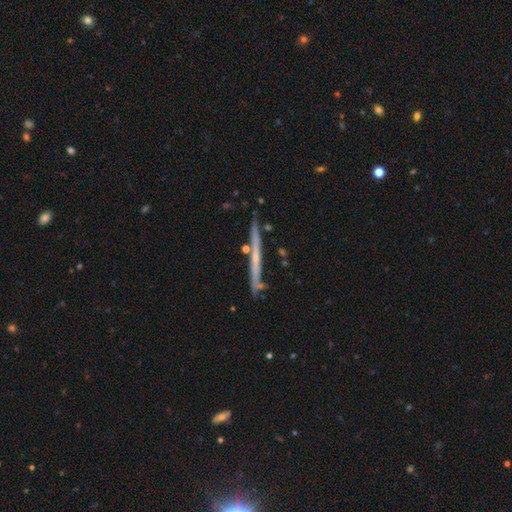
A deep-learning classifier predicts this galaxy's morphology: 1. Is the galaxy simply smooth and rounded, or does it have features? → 68% featured or disk, 24% smooth, 8% star or artifact.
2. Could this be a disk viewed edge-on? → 94% yes, 6% no.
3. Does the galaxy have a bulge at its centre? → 67% none, 28% rounded, 5% boxy.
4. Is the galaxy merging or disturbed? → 77% none, 15% minor disturbance, 4% merger, 3% major disturbance.